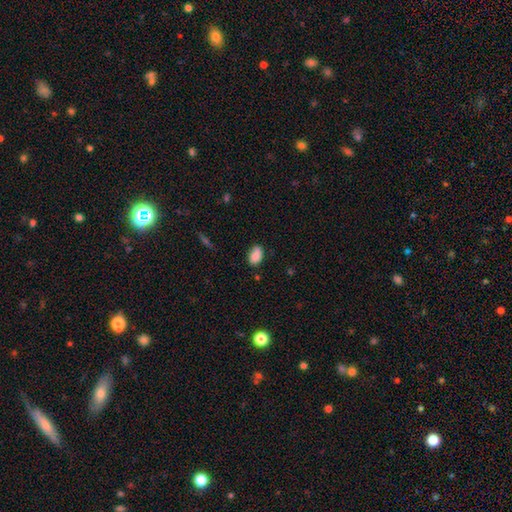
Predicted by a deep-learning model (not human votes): smooth 84%, star or artifact 8%, featured or disk 7%. Down the decision tree: how rounded — in between (88%); merging — none (66%).